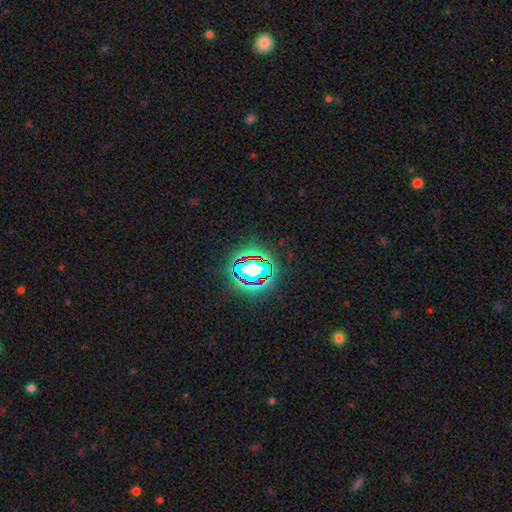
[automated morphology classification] Q: Smooth or featured?
A: star or artifact (69%); runner-up: smooth (18%)